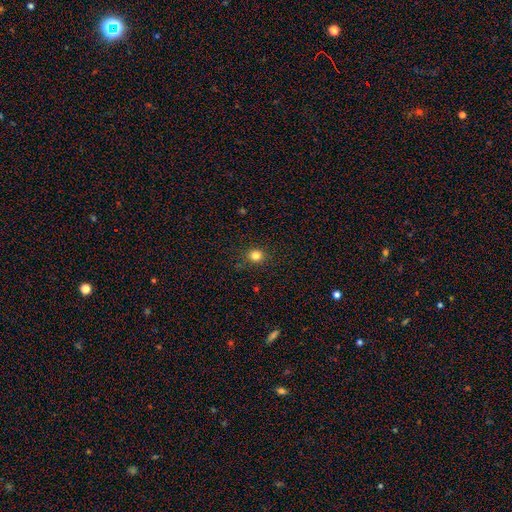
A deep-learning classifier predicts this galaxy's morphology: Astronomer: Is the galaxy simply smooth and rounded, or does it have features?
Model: smooth — 82%.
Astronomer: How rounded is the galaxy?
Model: round — 83%.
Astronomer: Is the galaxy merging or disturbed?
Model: none — 89%.